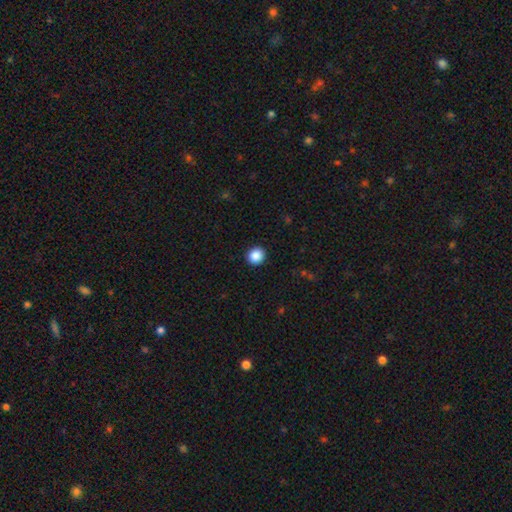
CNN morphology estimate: Q: Smooth or featured?
A: smooth (88%); runner-up: star or artifact (9%)
Q: How rounded?
A: round (88%); runner-up: in between (11%)
Q: Merging?
A: none (93%); runner-up: minor disturbance (5%)